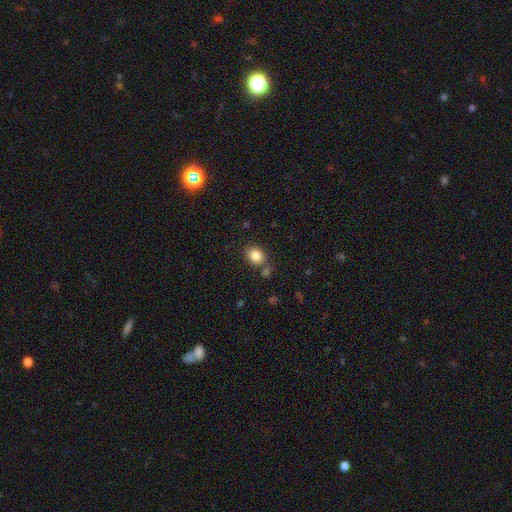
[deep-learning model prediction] Smooth or featured: smooth — 85% (star or artifact — 10%)
How rounded: round — 56% (in between — 43%)
Merging: none — 76% (minor disturbance — 12%)